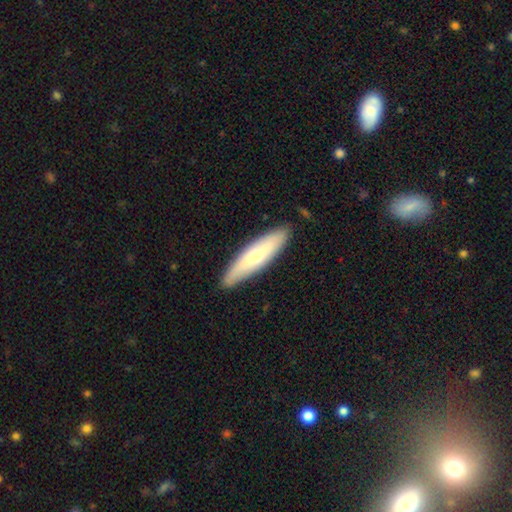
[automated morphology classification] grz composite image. It shows a smooth galaxy with no disk features (57%) that is cigar-shaped (76%). Merging: none (87%).